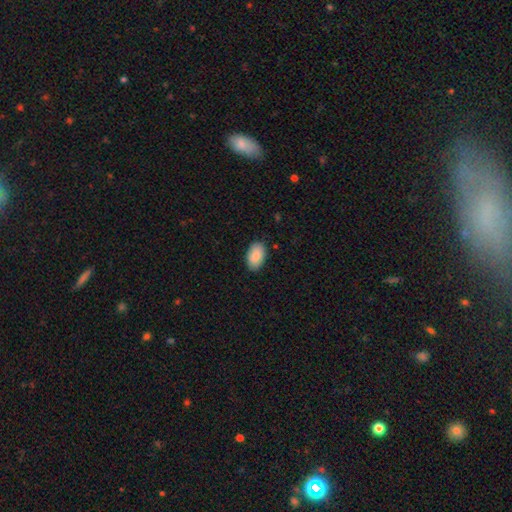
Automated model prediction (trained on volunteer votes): The model was most divided on "merging": none: 86%, minor disturbance: 11%, major disturbance: 2%, merger: 1%. More confident: how rounded — in between (94%); smooth or featured — smooth (89%).